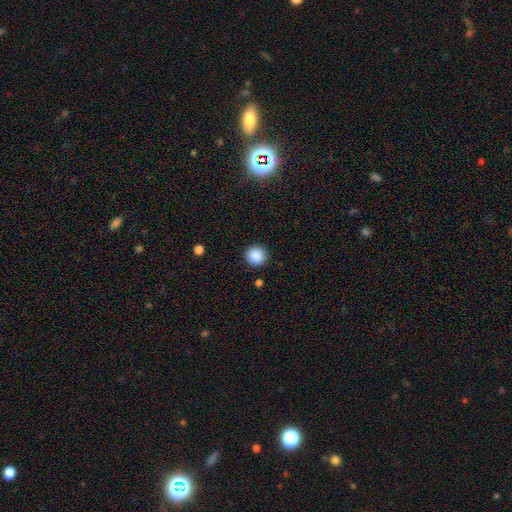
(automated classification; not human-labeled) Overall: smooth (88%). How rounded: round (94%). Merging: none (91%).